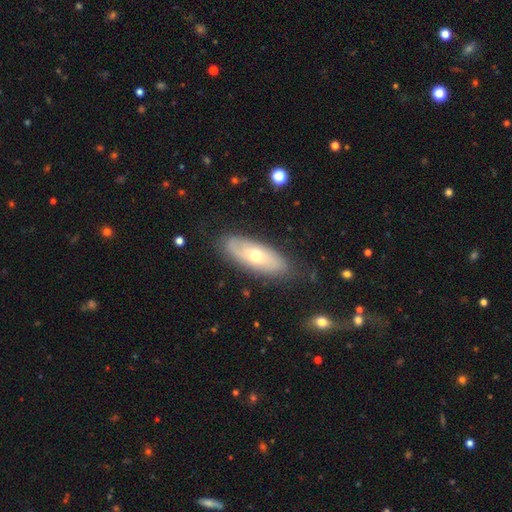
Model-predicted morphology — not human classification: featured or disk 49%, smooth 44%, star or artifact 7%. Down the decision tree: merging — none (79%).